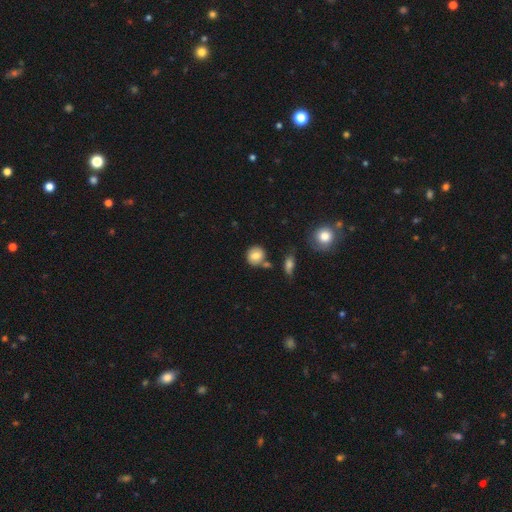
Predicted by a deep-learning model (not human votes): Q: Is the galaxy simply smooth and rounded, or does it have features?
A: smooth — 78%.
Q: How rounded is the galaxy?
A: round — 81%.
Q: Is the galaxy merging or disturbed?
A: none — 72%.